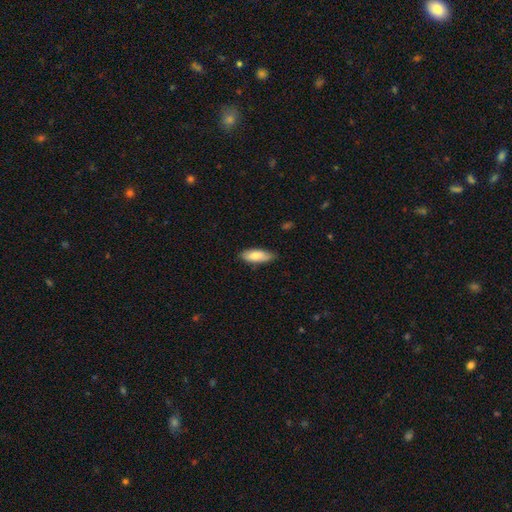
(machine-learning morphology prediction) A smooth galaxy with no disk features (78%) that is in between round and cigar-shaped (70%). Merging: none (77%).